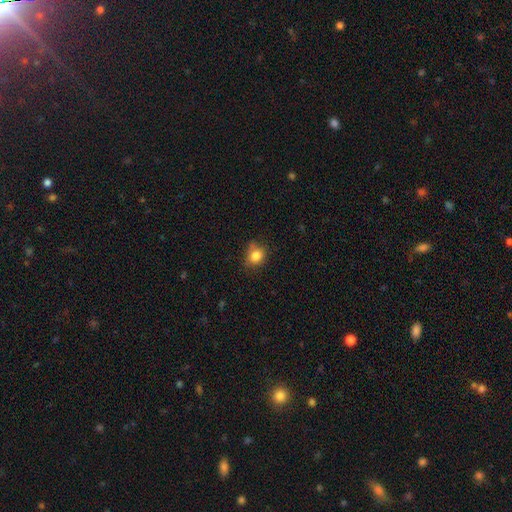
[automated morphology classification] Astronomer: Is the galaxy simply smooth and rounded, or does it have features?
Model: smooth — 84%.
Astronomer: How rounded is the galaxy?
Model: round — 71%.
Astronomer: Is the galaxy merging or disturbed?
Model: none — 70%.